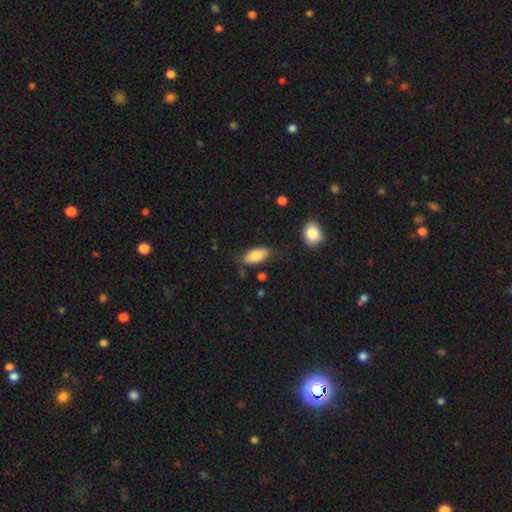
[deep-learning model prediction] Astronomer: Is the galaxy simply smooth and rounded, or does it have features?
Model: smooth — 83%.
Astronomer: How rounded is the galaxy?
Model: in between — 89%.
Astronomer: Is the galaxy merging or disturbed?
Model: none — 75%.